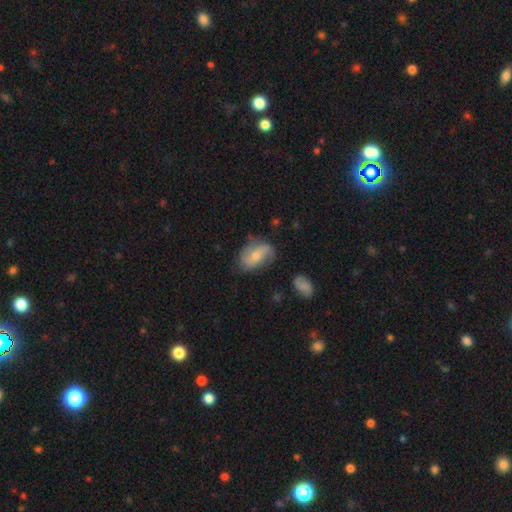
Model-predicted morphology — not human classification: featured or disk 58%, smooth 35%, star or artifact 7%. Down the decision tree: edge-on disk — no (95%); bar — no (54%); spiral arms — yes (86%); bulge size — small (56%); merging — none (61%).